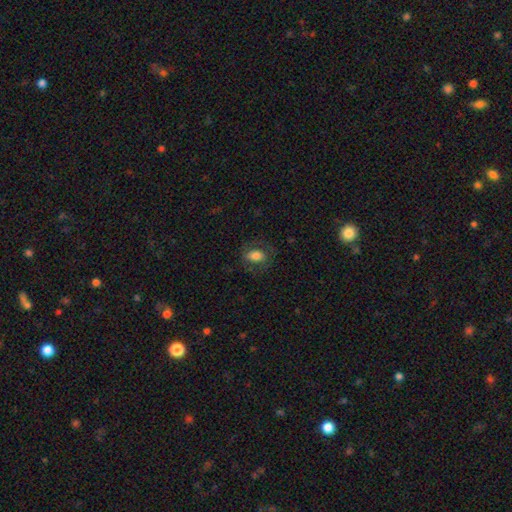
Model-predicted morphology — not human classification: This is likely a smooth galaxy (73%). How rounded: likely in between (77%). Merging: likely none (72%).